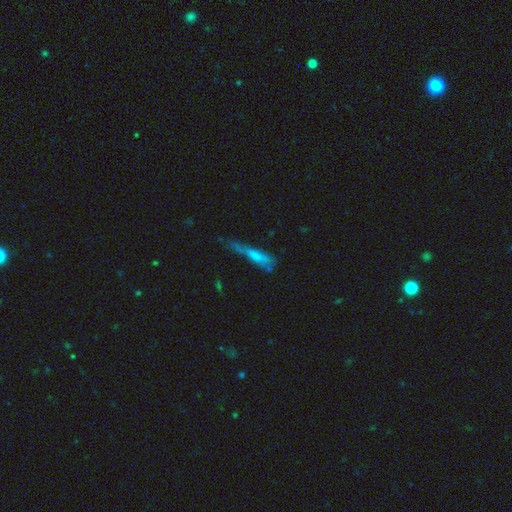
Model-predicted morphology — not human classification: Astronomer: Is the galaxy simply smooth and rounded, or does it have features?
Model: smooth — 51% (runner-up: featured or disk, 37%).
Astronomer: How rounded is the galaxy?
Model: cigar-shaped — 84%.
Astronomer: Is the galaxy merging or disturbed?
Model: none — 38% (runner-up: minor disturbance, 29%).